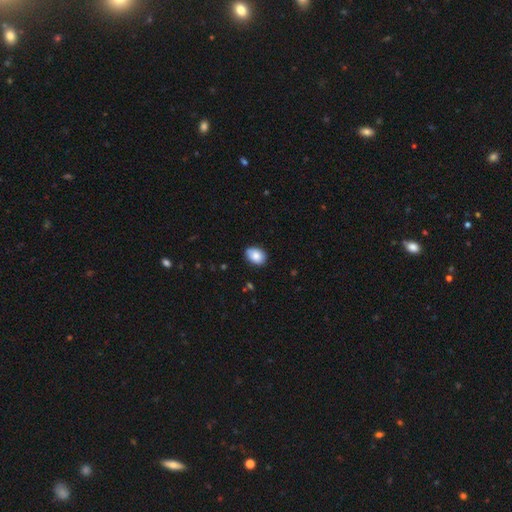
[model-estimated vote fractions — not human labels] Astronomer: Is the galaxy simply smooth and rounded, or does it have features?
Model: smooth — 86%.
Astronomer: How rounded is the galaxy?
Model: in between — 81%.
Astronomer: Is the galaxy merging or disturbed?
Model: none — 85%.